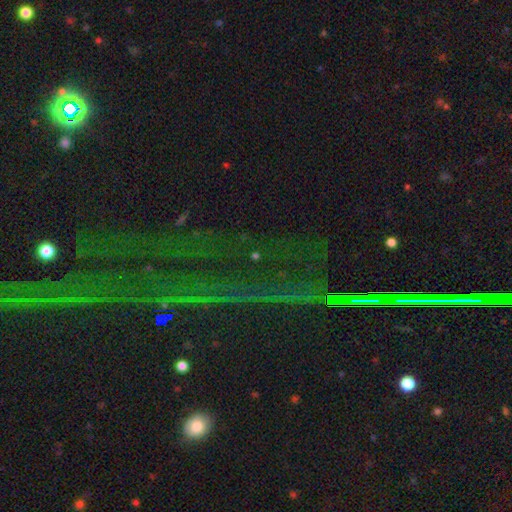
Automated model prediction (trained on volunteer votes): Smooth or featured: star or artifact — 80% (smooth — 11%)